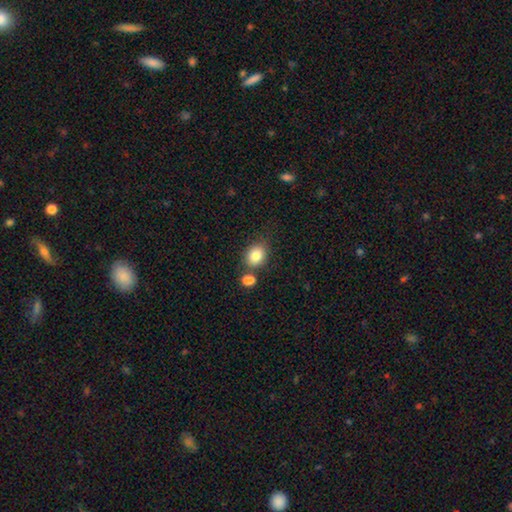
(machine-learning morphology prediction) This is clearly a smooth galaxy (83%). How rounded: possibly round (51%). Merging: likely none (69%).